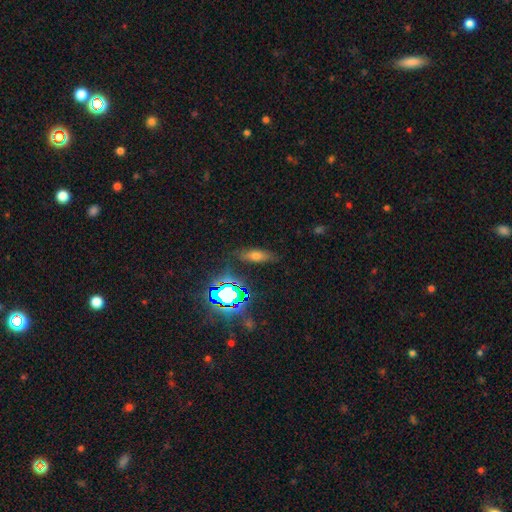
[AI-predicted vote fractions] A smooth galaxy with no disk features (54%) that is in between round and cigar-shaped (56%).

Vote fractions:
- Smooth or featured? smooth: 54% / star or artifact: 26% / featured or disk: 21%
- How rounded? in between: 56% / cigar-shaped: 38% / round: 6%
- Merging? none: 81% / minor disturbance: 13% / major disturbance: 4% / merger: 2%